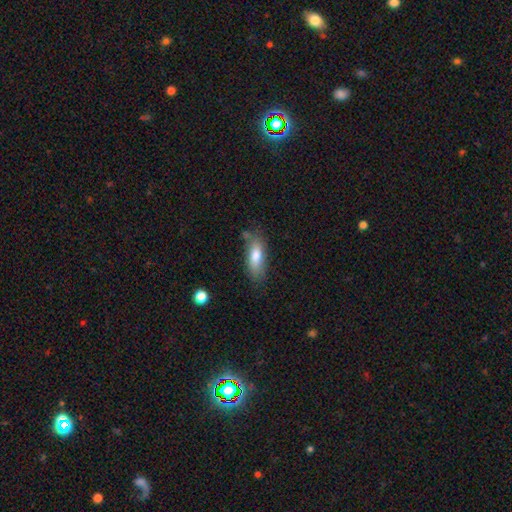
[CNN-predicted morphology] This is likely a smooth galaxy (77%). How rounded: likely in between (67%). Merging: likely none (72%).